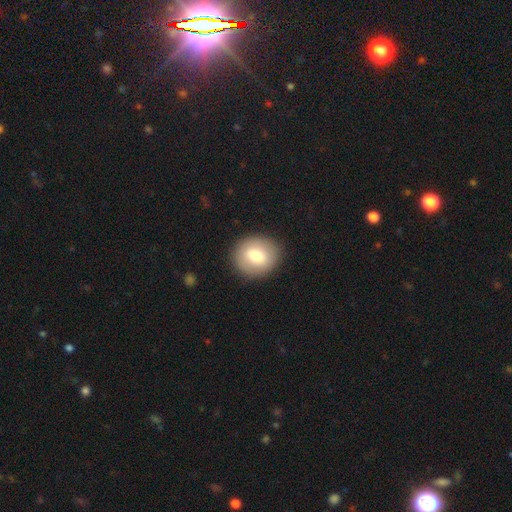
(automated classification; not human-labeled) A smooth galaxy with no disk features (73%) that is round (79%).

Vote fractions:
- Smooth or featured? smooth: 73% / featured or disk: 19% / star or artifact: 7%
- How rounded? round: 79% / in between: 20% / cigar-shaped: 1%
- Merging? none: 89% / minor disturbance: 7% / major disturbance: 2% / merger: 1%